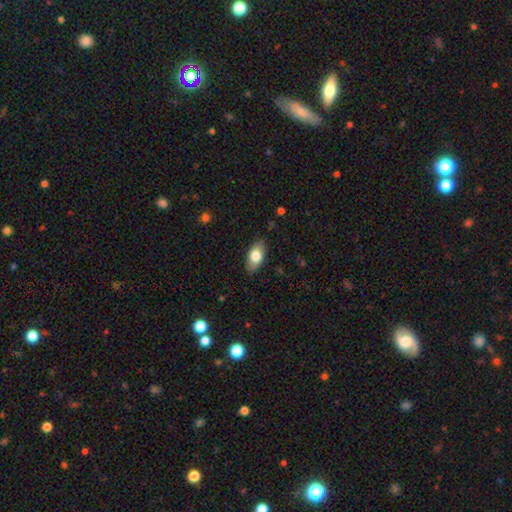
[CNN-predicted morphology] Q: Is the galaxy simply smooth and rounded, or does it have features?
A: smooth — 77%.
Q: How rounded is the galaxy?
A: in between — 91%.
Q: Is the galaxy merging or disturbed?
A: none — 84%.